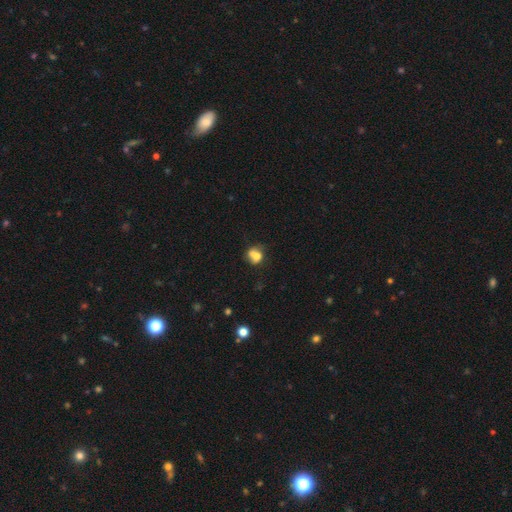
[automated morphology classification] Smooth or featured?
  - smooth: 69% *
  - featured or disk: 20%
  - star or artifact: 12%
How rounded?
  - round: 57% *
  - in between: 42%
  - cigar-shaped: 2%
Merging?
  - merger: 36% *
  - none: 35%
  - minor disturbance: 19%
  - major disturbance: 10%